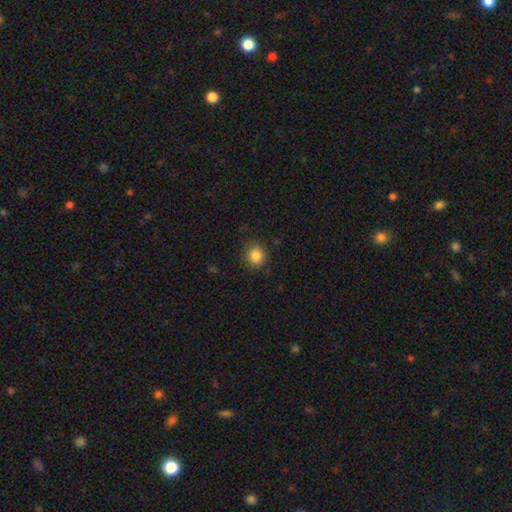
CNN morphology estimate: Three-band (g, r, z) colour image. It shows a smooth galaxy with no disk features (85%) that is round (87%). Merging: none (85%).